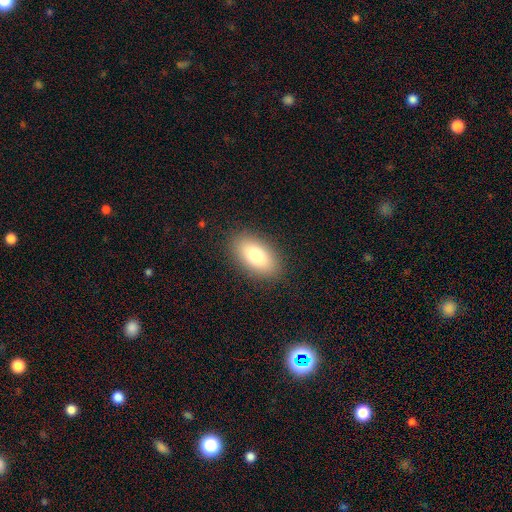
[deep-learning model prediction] A smooth galaxy with no disk features (80%) that is in between round and cigar-shaped (92%).

Vote fractions:
- Smooth or featured? smooth: 80% / featured or disk: 12% / star or artifact: 8%
- How rounded? in between: 92% / round: 4% / cigar-shaped: 4%
- Merging? none: 88% / minor disturbance: 8% / major disturbance: 3% / merger: 1%